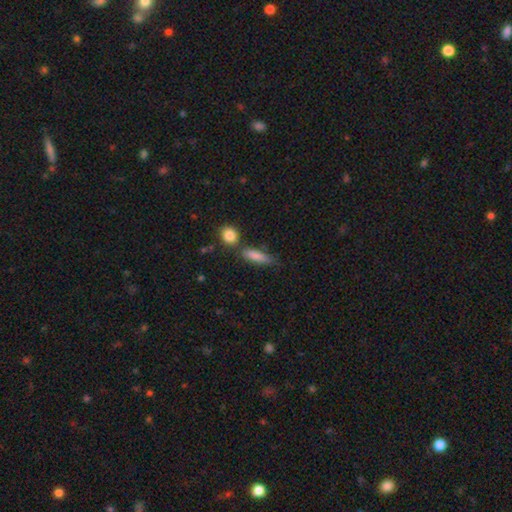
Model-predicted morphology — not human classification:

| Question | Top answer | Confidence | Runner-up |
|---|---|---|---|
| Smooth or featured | smooth | 80% | featured or disk (12%) |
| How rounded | cigar-shaped | 54% | in between (42%) |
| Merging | none | 63% | minor disturbance (19%) |